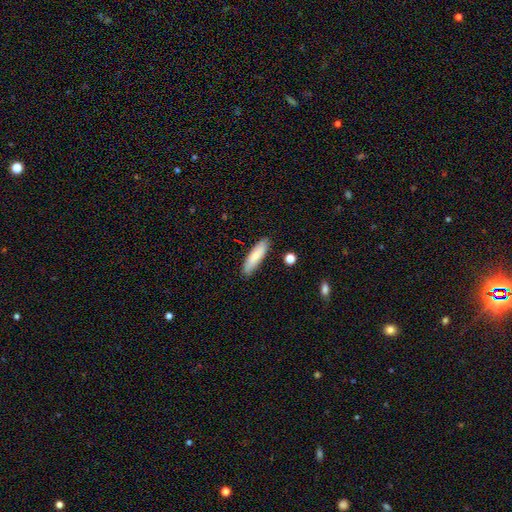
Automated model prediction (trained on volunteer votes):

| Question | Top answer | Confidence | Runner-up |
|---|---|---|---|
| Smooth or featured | smooth | 78% | featured or disk (16%) |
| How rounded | cigar-shaped | 63% | in between (35%) |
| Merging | none | 86% | minor disturbance (10%) |